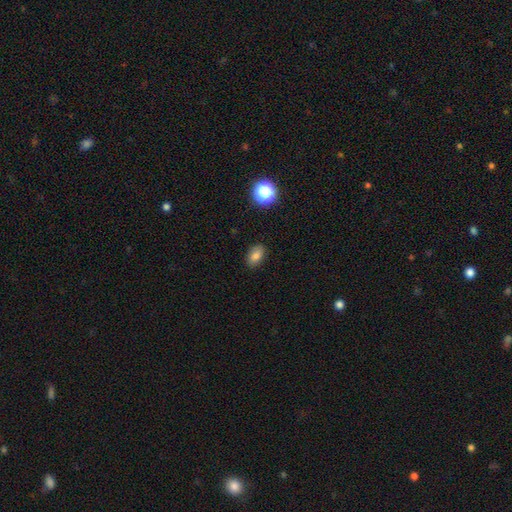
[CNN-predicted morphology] This appears to be a smooth galaxy with no disk features (80%) that is in between round and cigar-shaped (83%). Merging: none (86%).